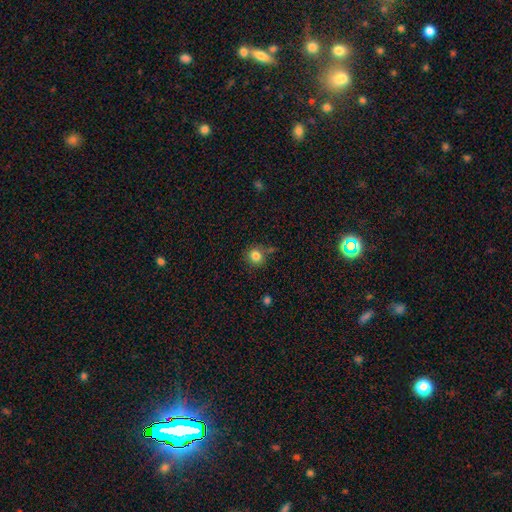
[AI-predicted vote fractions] This is clearly a smooth galaxy (83%). How rounded: clearly round (89%). Merging: likely none (78%).